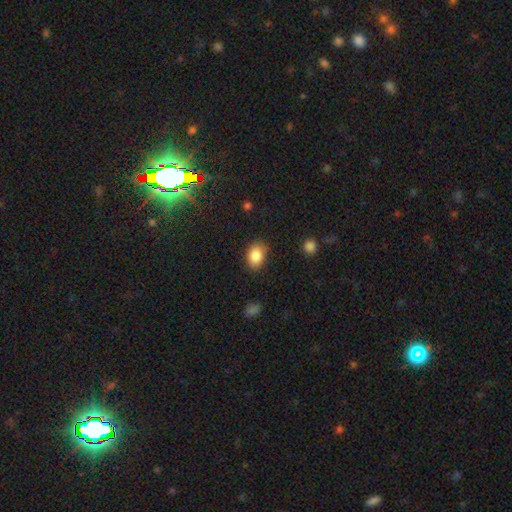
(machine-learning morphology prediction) Q: Smooth or featured?
A: smooth (86%); runner-up: star or artifact (9%)
Q: How rounded?
A: in between (73%); runner-up: round (26%)
Q: Merging?
A: none (77%); runner-up: minor disturbance (17%)